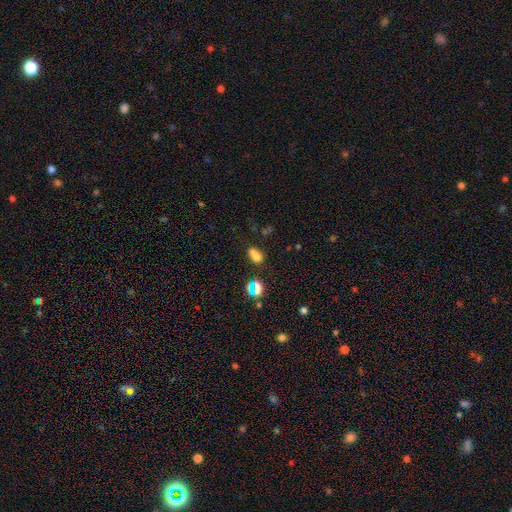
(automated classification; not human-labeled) smooth_or_featured: smooth (p=0.66) [alt: star or artifact p=0.23]
how_rounded: in between (p=0.67) [alt: round p=0.29]
merging: none (p=0.44) [alt: merger p=0.30]